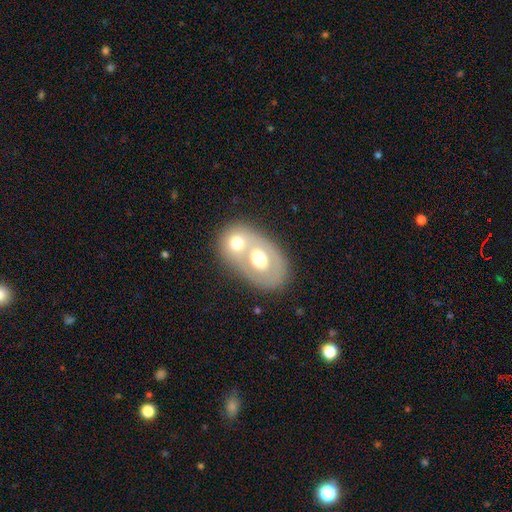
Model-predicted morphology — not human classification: featured or disk 47%, smooth 45%, star or artifact 9%. Down the decision tree: merging — merger (61%).